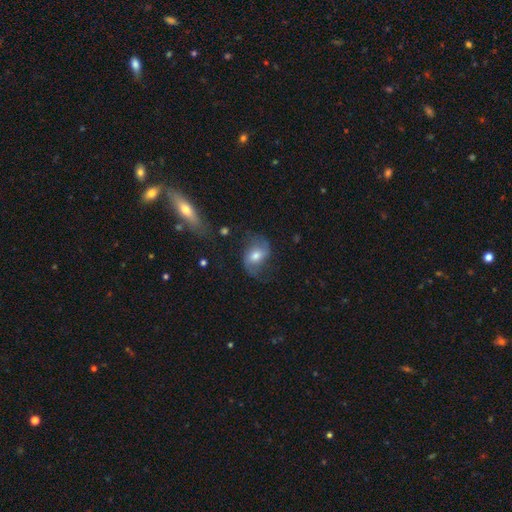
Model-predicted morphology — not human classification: featured or disk 63%, smooth 29%, star or artifact 8%. Down the decision tree: edge-on disk — no (96%); bar — weak (42%, tied with no); spiral arms — yes (89%); spiral arm count — 2 (88%); spiral winding — loose (58%); bulge size — moderate (63%); merging — none (62%).